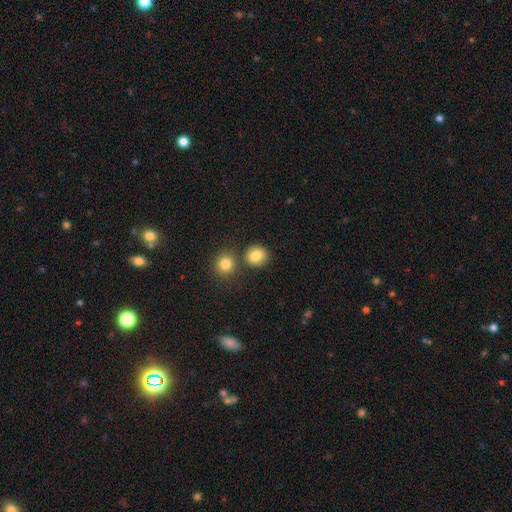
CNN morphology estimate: type=smooth (84%); roundness=round (81%); merging=none (74%).